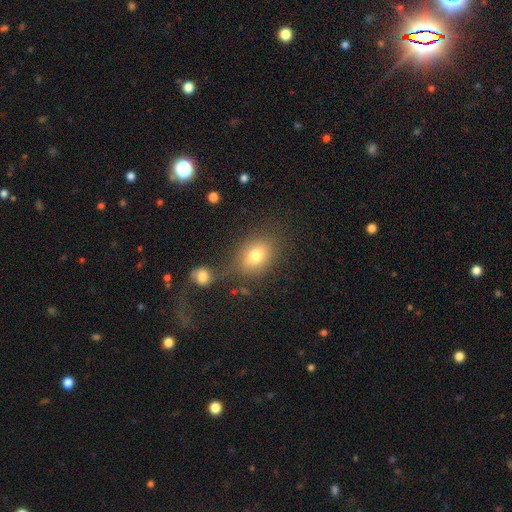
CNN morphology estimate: The model was most divided on "how rounded": in between: 61%, round: 38%, cigar-shaped: 1%. More confident: smooth or featured — smooth (76%); merging — none (64%).